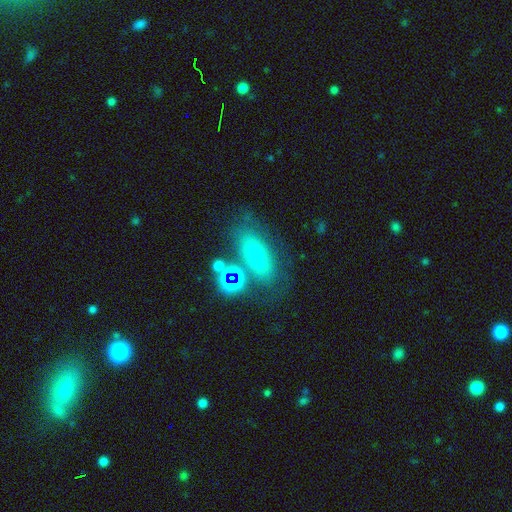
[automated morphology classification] The model was most divided on "smooth or featured": smooth: 57%, featured or disk: 26%, star or artifact: 18%. More confident: how rounded — in between (76%); merging — none (62%).